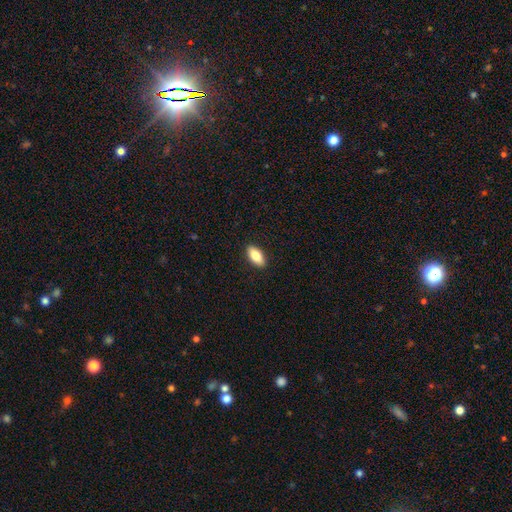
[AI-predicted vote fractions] Q: Smooth or featured?
A: smooth (81%); runner-up: featured or disk (12%)
Q: How rounded?
A: in between (88%); runner-up: cigar-shaped (9%)
Q: Merging?
A: none (90%); runner-up: minor disturbance (7%)